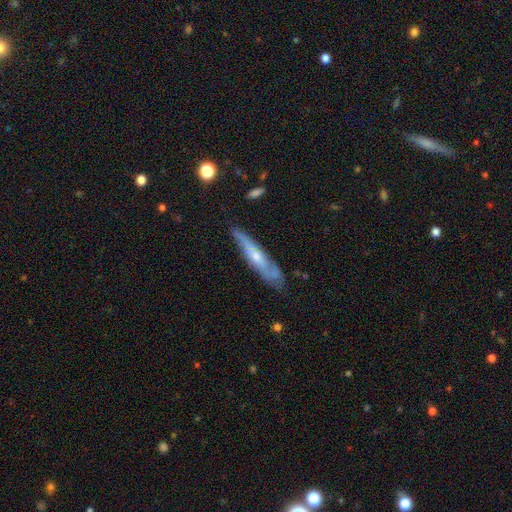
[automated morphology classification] Overall: featured or disk (60%; smooth 34%). Edge-on disk: yes (67%; no 33%). Merging: none (67%).